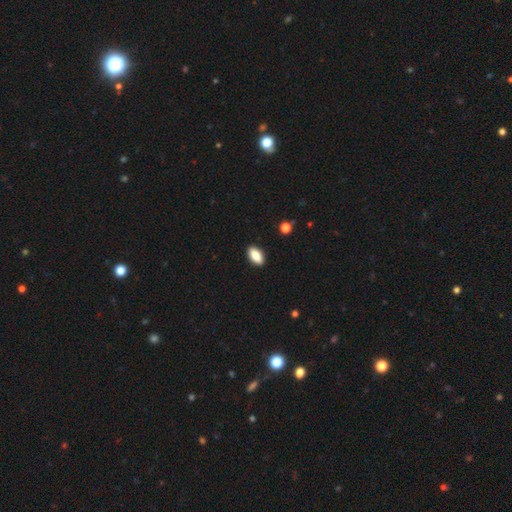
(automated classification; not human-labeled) smooth-or-featured: smooth: 85% | featured or disk: 8% | star or artifact: 7%
  how-rounded: in between: 90% | cigar-shaped: 6% | round: 3%
  merging: none: 90% | minor disturbance: 7% | major disturbance: 2% | merger: 1%